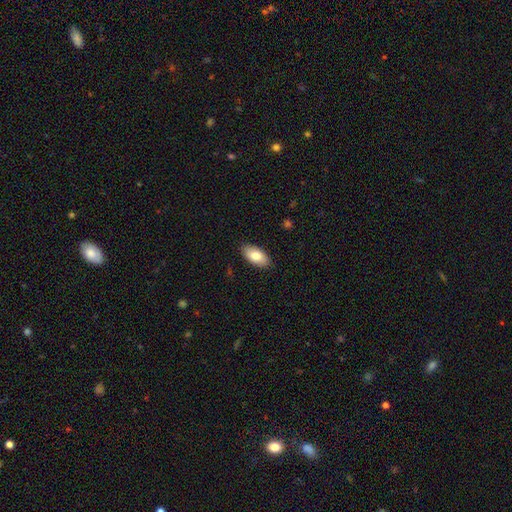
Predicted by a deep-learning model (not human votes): Smooth or featured: smooth — 80% (featured or disk — 14%)
How rounded: in between — 93% (cigar-shaped — 4%)
Merging: none — 88% (minor disturbance — 9%)